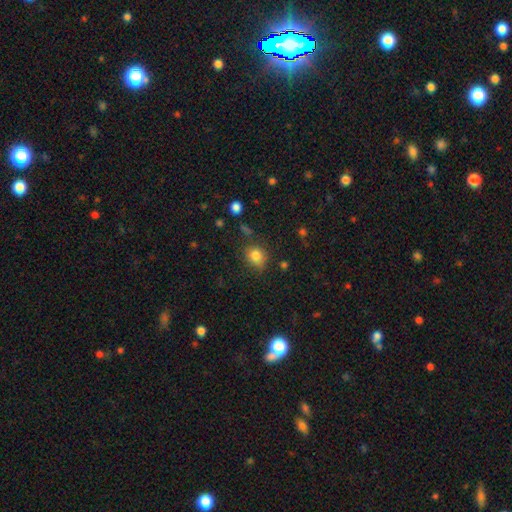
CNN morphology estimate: Smooth or featured: smooth — 82% (star or artifact — 12%)
How rounded: round — 66% (in between — 33%)
Merging: none — 74% (minor disturbance — 18%)